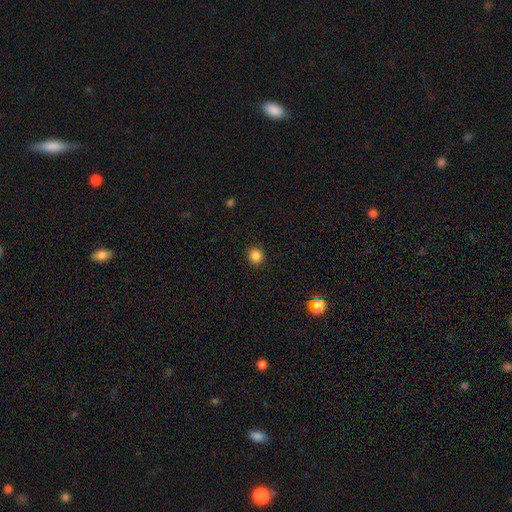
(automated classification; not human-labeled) Q: Smooth or featured?
A: smooth (85%); runner-up: star or artifact (12%)
Q: How rounded?
A: round (91%); runner-up: in between (8%)
Q: Merging?
A: none (92%); runner-up: minor disturbance (5%)